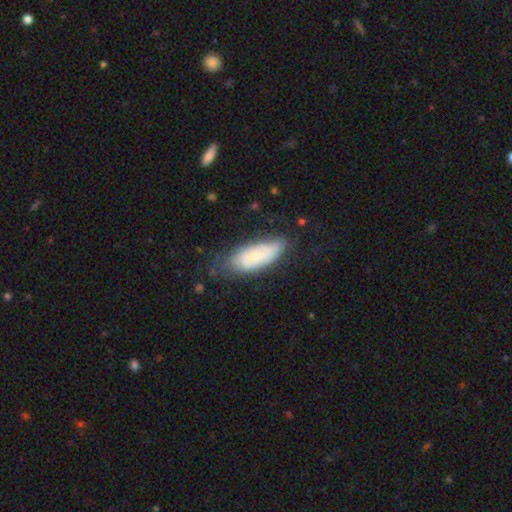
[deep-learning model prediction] Q: Smooth or featured?
A: smooth (56%); runner-up: featured or disk (37%)
Q: How rounded?
A: in between (78%); runner-up: cigar-shaped (20%)
Q: Merging?
A: none (58%); runner-up: minor disturbance (29%)